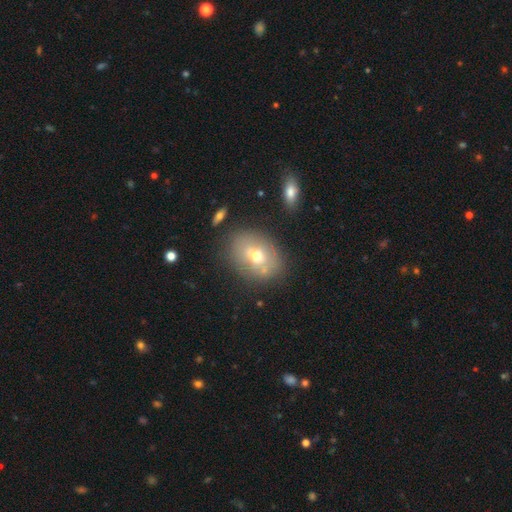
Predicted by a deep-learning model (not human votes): Morphology: type=smooth (59%); roundness=in between (63%); merging=none (74%).